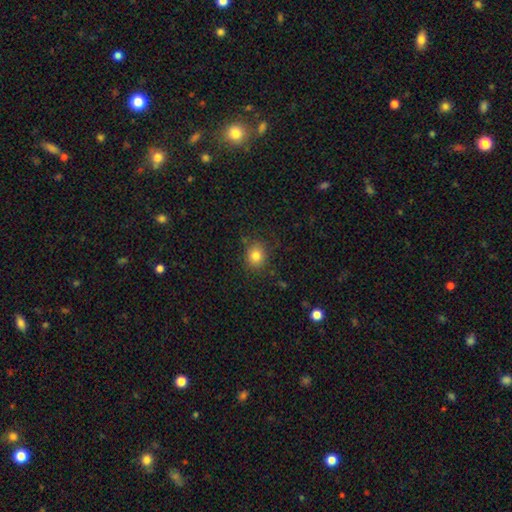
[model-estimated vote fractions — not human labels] smooth-or-featured: smooth: 81% | star or artifact: 12% | featured or disk: 7%
  how-rounded: round: 73% | in between: 26% | cigar-shaped: 1%
  merging: none: 82% | minor disturbance: 12% | major disturbance: 4% | merger: 2%